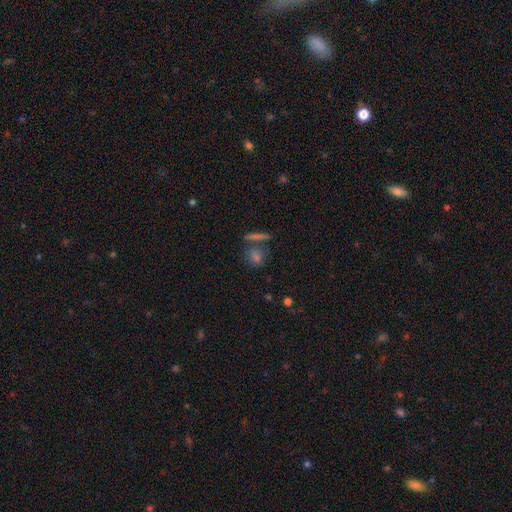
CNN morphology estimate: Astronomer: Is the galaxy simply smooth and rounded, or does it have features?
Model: smooth — 58%.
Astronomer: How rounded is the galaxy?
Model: round — 44% (runner-up: in between, 38%).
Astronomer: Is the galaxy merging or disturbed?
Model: none — 63%.